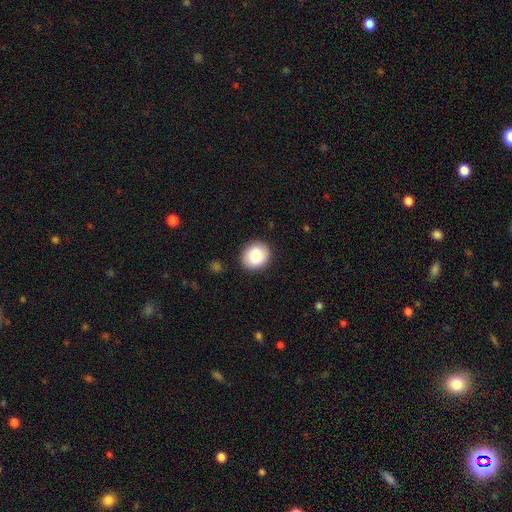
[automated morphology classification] smooth-or-featured: smooth: 86% | star or artifact: 8% | featured or disk: 7%
  how-rounded: round: 71% | in between: 29% | cigar-shaped: 1%
  merging: none: 89% | minor disturbance: 8% | major disturbance: 2% | merger: 1%